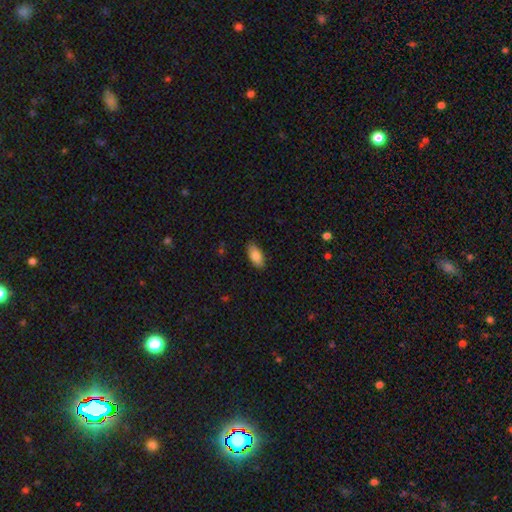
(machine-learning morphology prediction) type=smooth (85%); roundness=in between (89%); merging=none (86%).